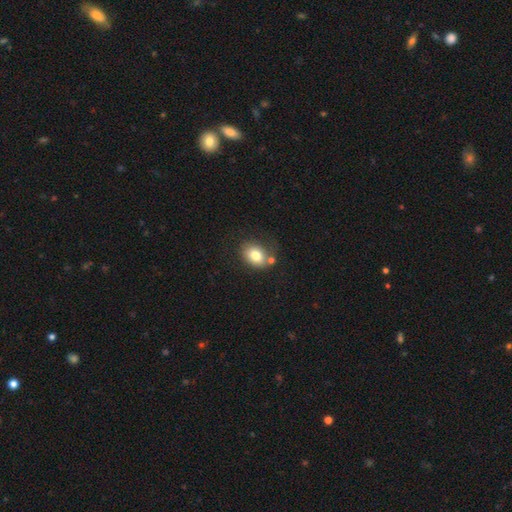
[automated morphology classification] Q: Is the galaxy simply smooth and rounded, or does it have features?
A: smooth — 79%.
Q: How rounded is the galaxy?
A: in between — 64%.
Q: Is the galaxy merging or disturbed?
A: none — 62%.